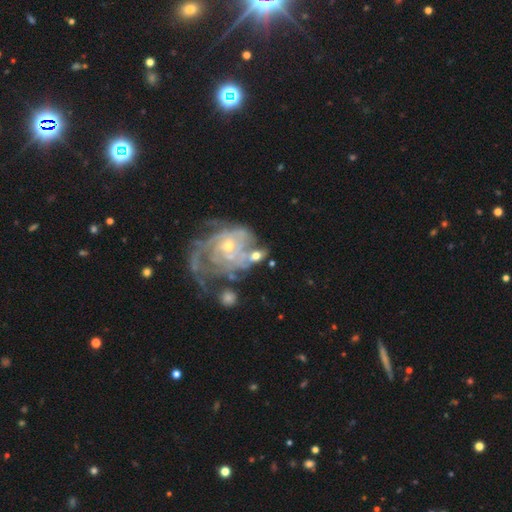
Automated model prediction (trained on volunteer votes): The model was most divided on "bulge size": small: 46%, moderate: 45%, large: 4%, none: 3%, dominant: 2%. Remaining: edge-on disk — no (95%); spiral arms — yes (79%); bar — no (74%); smooth or featured — featured or disk (68%); spiral winding — tight (59%); spiral arm count — can't tell (40%); merging — none (35%).